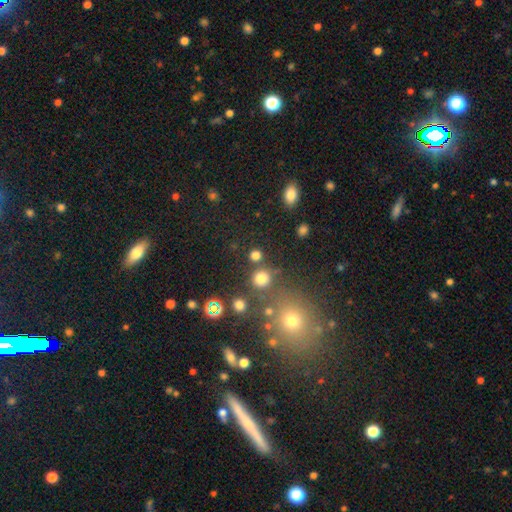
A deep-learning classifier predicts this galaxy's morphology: This appears to be a smooth galaxy with no disk features (76%) that is round (89%). Merging: none (77%).